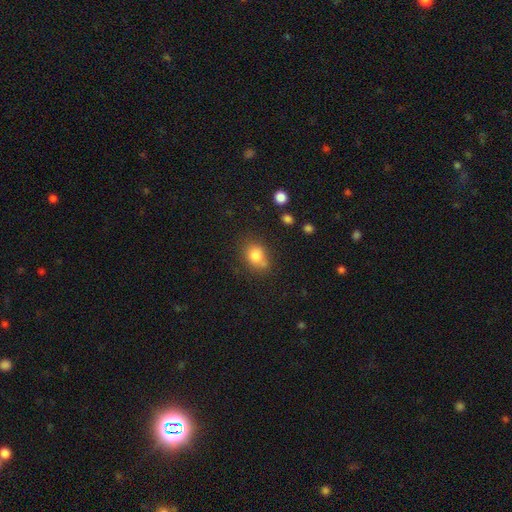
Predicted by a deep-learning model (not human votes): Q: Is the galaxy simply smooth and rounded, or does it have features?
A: smooth — 80%.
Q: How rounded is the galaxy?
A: round — 50%.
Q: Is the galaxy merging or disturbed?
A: none — 59%.